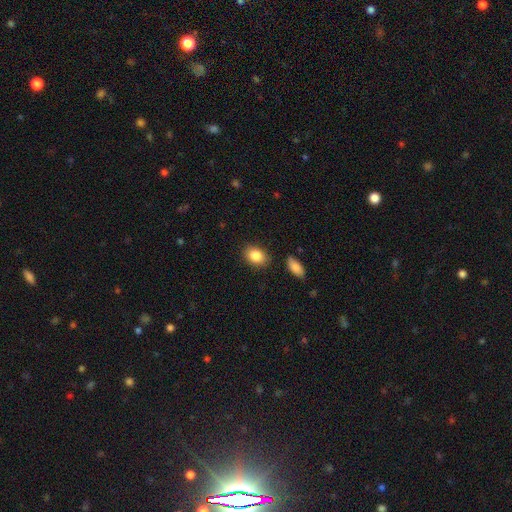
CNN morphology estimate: This appears to be a smooth galaxy with no disk features (86%) that is in between round and cigar-shaped (73%). Merging: none (85%).